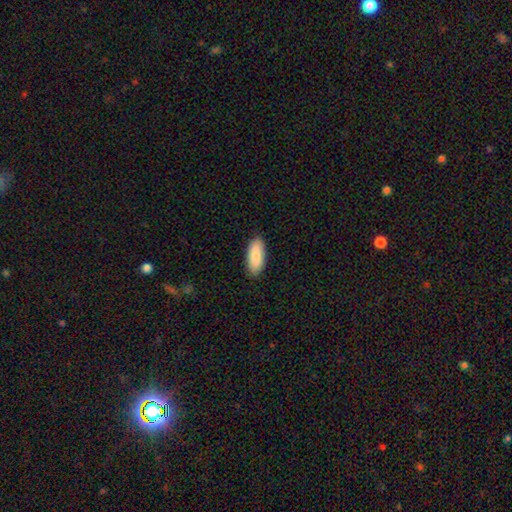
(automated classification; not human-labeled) Overall: smooth (88%). How rounded: in between (83%). Merging: none (89%).